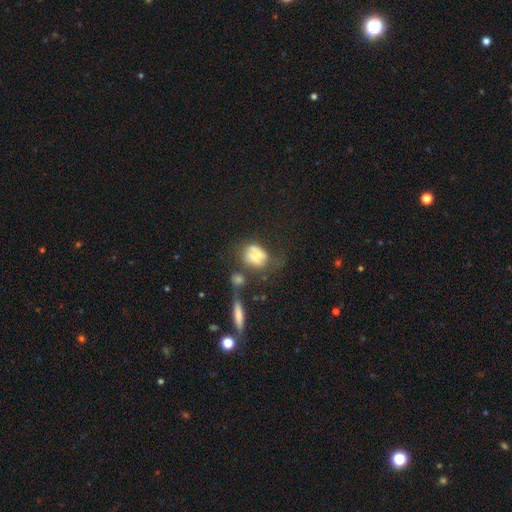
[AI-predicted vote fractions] The model was most divided on "merging": none: 28%, major disturbance: 26%, merger: 25%, minor disturbance: 21%. More confident: how rounded — in between (61%); smooth or featured — smooth (56%).